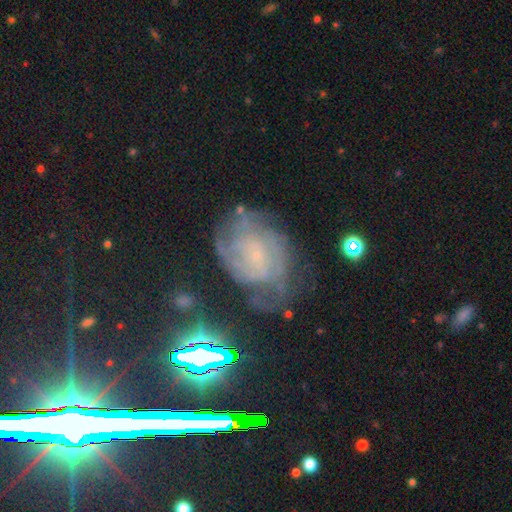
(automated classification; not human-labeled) featured or disk 69%, star or artifact 16%, smooth 15%. Down the decision tree: edge-on disk — no (97%); bar — no (62%); spiral arms — yes (89%); spiral arm count — can't tell (49%); spiral winding — tight (55%); bulge size — small (76%); merging — none (59%).